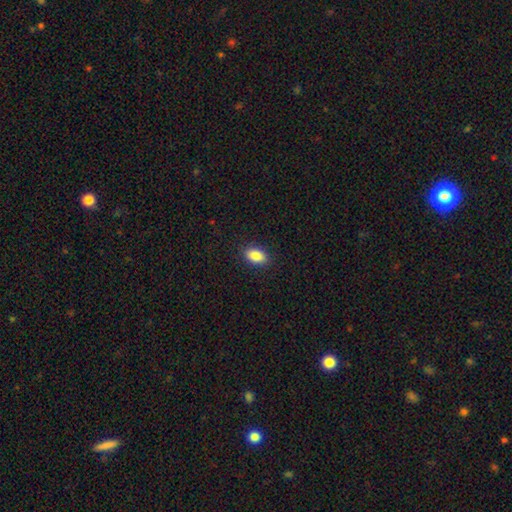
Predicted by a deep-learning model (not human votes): The model was most divided on "smooth or featured": smooth: 86%, star or artifact: 8%, featured or disk: 6%. More confident: how rounded — in between (90%); merging — none (89%).